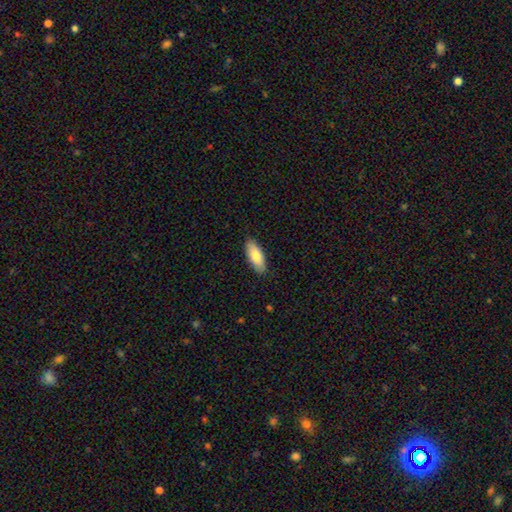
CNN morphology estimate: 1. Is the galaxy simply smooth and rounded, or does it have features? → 79% smooth, 15% featured or disk, 6% star or artifact.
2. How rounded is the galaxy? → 79% in between, 19% cigar-shaped, 2% round.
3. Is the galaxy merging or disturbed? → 88% none, 9% minor disturbance, 2% major disturbance, 1% merger.